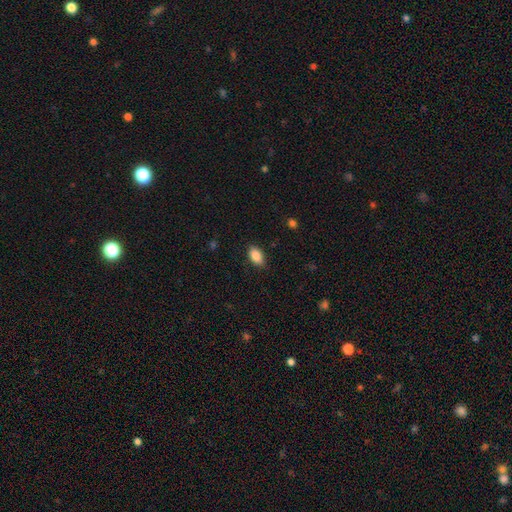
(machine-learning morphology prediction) Smooth or featured? smooth (87%)
How rounded? in between (92%)
Merging? none (85%)